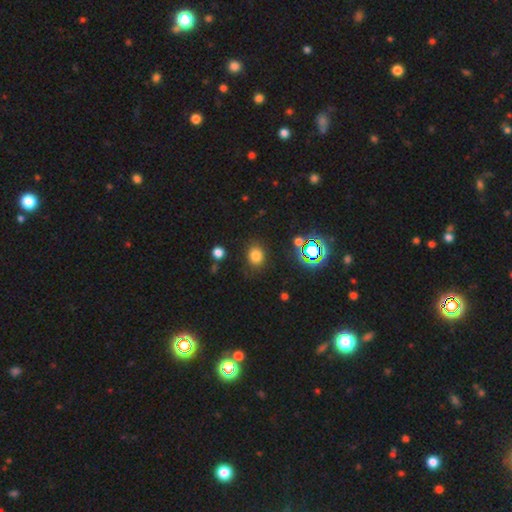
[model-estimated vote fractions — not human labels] A smooth galaxy with no disk features (75%) that is round (64%).

Vote fractions:
- Smooth or featured? smooth: 75% / star or artifact: 18% / featured or disk: 7%
- How rounded? round: 64% / in between: 35% / cigar-shaped: 1%
- Merging? none: 85% / minor disturbance: 10% / major disturbance: 4% / merger: 2%